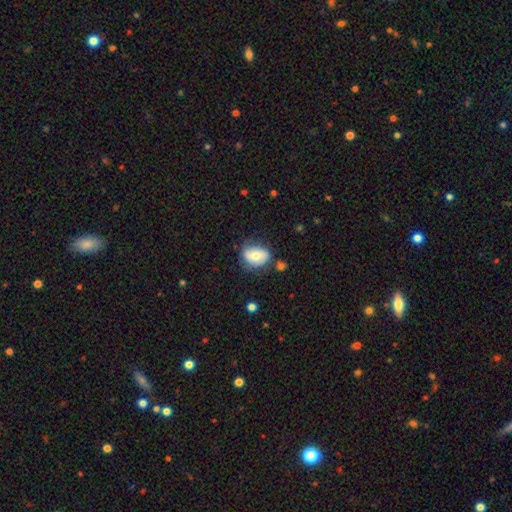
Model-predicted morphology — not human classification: smooth_or_featured: smooth (p=0.58) [alt: featured or disk p=0.34]
how_rounded: in between (p=0.65) [alt: round p=0.34]
merging: none (p=0.63) [alt: minor disturbance p=0.25]